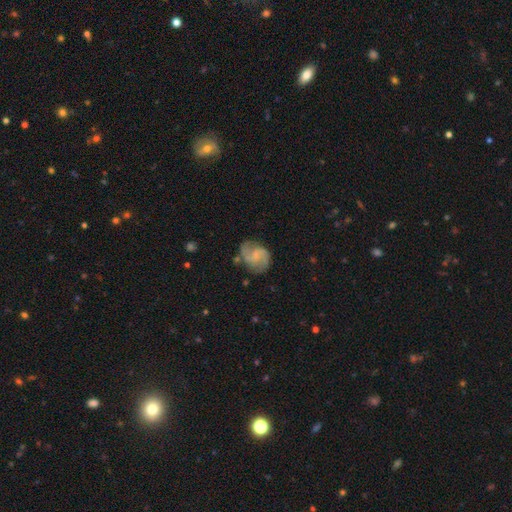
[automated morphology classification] Q: Smooth or featured?
A: featured or disk (72%); runner-up: smooth (21%)
Q: Edge-on disk?
A: no (98%); runner-up: yes (2%)
Q: Bar?
A: weak (50%); runner-up: no (40%)
Q: Spiral arms?
A: yes (93%); runner-up: no (7%)
Q: Spiral winding?
A: medium (48%); runner-up: loose (36%)
Q: Spiral arm count?
A: 2 (85%); runner-up: can't tell (7%)
Q: Bulge size?
A: small (43%); runner-up: none (38%)
Q: Merging?
A: none (69%); runner-up: minor disturbance (20%)